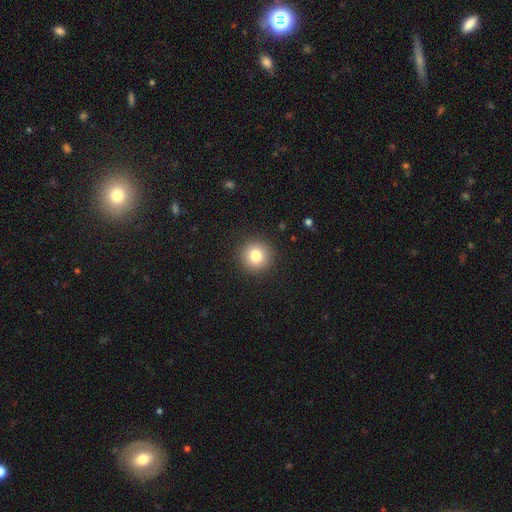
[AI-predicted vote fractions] Smooth or featured: smooth — 81% (star or artifact — 11%)
How rounded: round — 94% (in between — 5%)
Merging: none — 92% (minor disturbance — 5%)